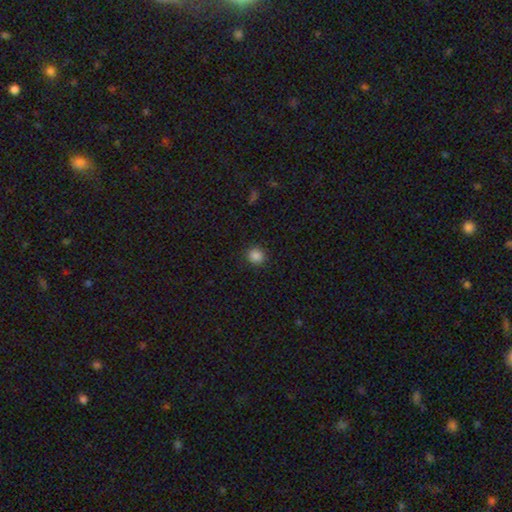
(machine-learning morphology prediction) Smooth or featured? Predicted: smooth (p=0.86). How rounded? Predicted: round (p=0.91). Merging? Predicted: none (p=0.91).